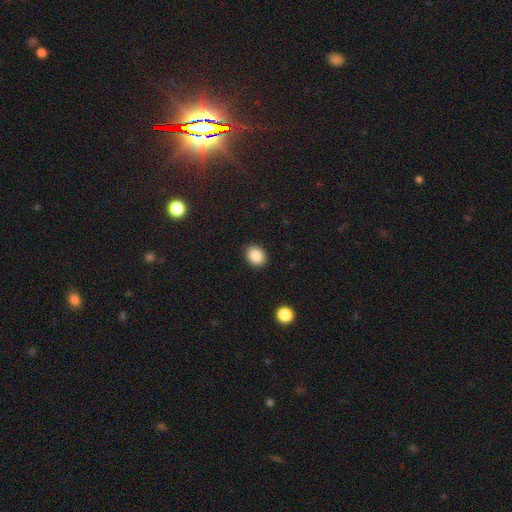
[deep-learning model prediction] Smooth or featured? Predicted: smooth (p=0.87). How rounded? Predicted: round (p=0.52). Merging? Predicted: none (p=0.89).